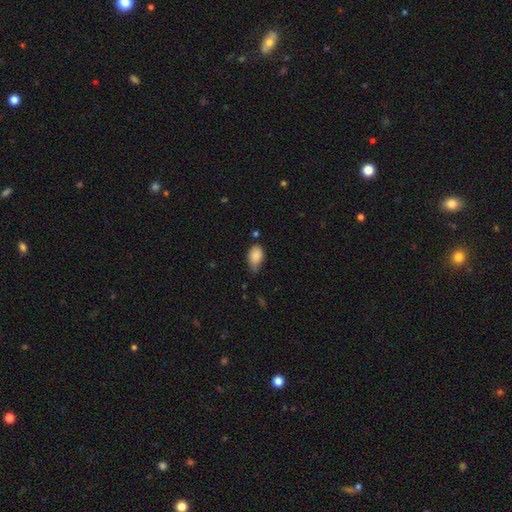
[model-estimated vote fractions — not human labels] Morphology: type=smooth (87%); roundness=in between (89%); merging=minor disturbance (47%).